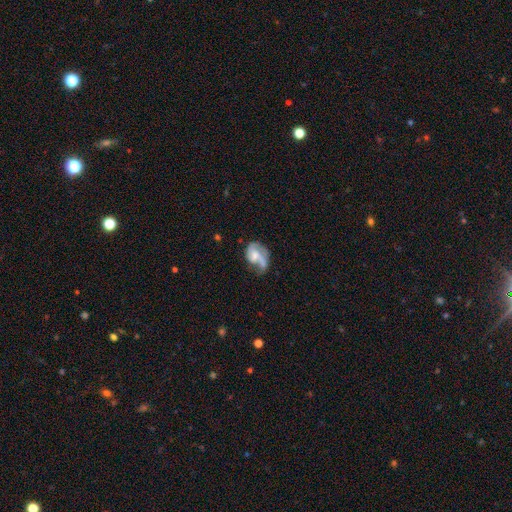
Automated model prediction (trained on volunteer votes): smooth-or-featured: featured or disk: 61% | smooth: 31% | star or artifact: 8%
  disk-edge-on: no: 97% | yes: 3%
    bar: no: 62% | weak: 31% | strong: 7%
    has-spiral-arms: yes: 75% | no: 25%
    bulge-size: moderate: 36% | small: 31% | none: 20% | large: 10% | dominant: 2%
  merging: major disturbance: 36% | none: 29% | minor disturbance: 24% | merger: 11%